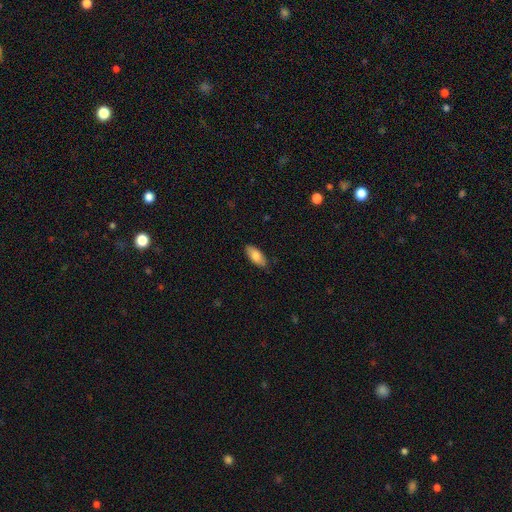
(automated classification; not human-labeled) The model was most divided on "how rounded": in between: 84%, cigar-shaped: 14%, round: 2%. More confident: merging — none (85%); smooth or featured — smooth (82%).